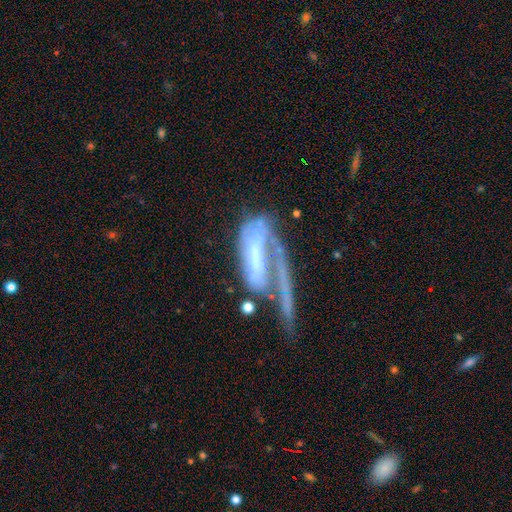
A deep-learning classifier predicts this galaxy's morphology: Smooth or featured? featured or disk (70%)
Edge-on disk? no (88%)
Bar? strong (38%)
Spiral arms? yes (64%)
Bulge size? none (30%)
Merging? major disturbance (53%)